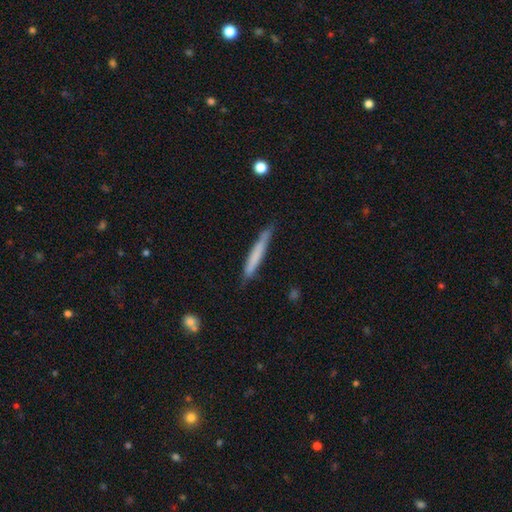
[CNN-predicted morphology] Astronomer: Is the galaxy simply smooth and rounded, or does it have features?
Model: smooth — 63%.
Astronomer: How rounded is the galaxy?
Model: cigar-shaped — 95%.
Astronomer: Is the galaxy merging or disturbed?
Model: none — 77%.